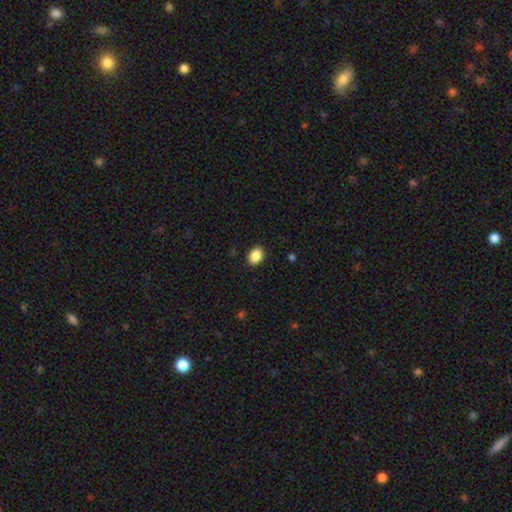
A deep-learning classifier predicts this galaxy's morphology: Smooth or featured: smooth — 88% (star or artifact — 8%)
How rounded: in between — 70% (round — 29%)
Merging: none — 90% (minor disturbance — 7%)